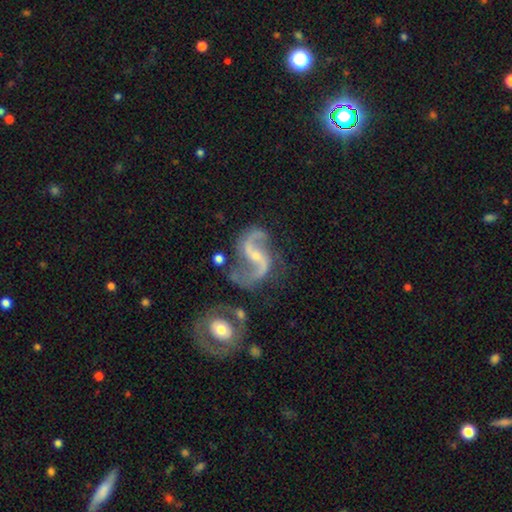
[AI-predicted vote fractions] Smooth or featured: featured or disk — 92% (star or artifact — 5%)
Edge-on disk: no — 98% (yes — 2%)
Bar: weak — 40% (no — 34%)
Spiral arms: yes — 98% (no — 2%)
Spiral winding: loose — 62% (medium — 32%)
Spiral arm count: 2 — 94% (1 — 2%)
Bulge size: small — 69% (moderate — 24%)
Merging: none — 65% (minor disturbance — 17%)